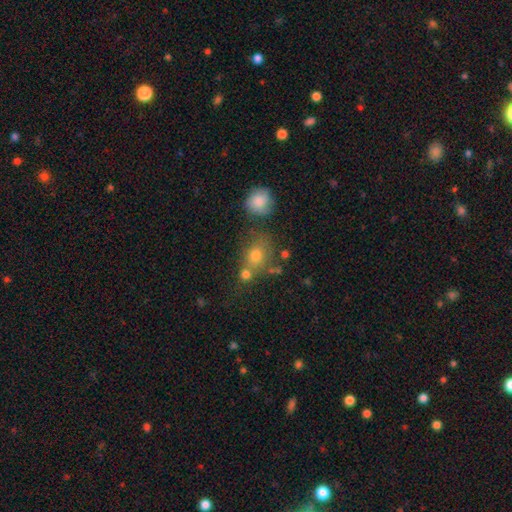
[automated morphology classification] A smooth galaxy with no disk features (71%) that is round (64%).

Vote fractions:
- Smooth or featured? smooth: 71% / star or artifact: 16% / featured or disk: 14%
- How rounded? round: 64% / in between: 34% / cigar-shaped: 1%
- Merging? none: 51% / merger: 28% / minor disturbance: 15% / major disturbance: 7%